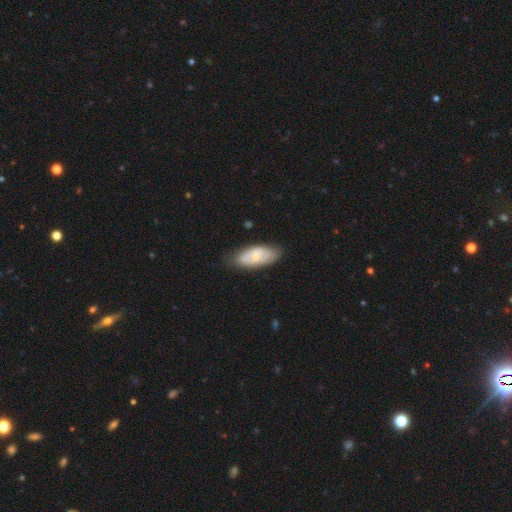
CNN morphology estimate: A smooth galaxy with no disk features (52%) that is in between round and cigar-shaped (86%).

Vote fractions:
- Smooth or featured? smooth: 52% / featured or disk: 43% / star or artifact: 6%
- How rounded? in between: 86% / cigar-shaped: 11% / round: 3%
- Merging? none: 74% / minor disturbance: 20% / major disturbance: 4% / merger: 2%